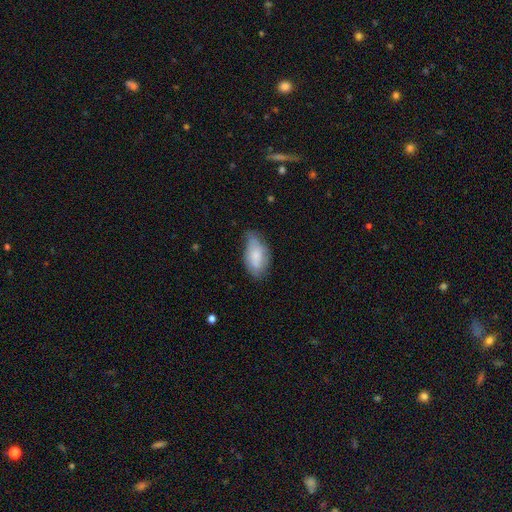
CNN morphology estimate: This appears to be a smooth galaxy with no disk features (77%) that is in between round and cigar-shaped (93%). Merging: none (47%).